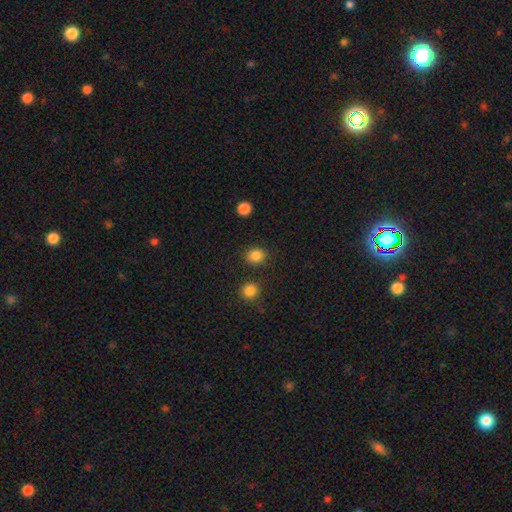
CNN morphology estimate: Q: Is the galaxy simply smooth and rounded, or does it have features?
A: smooth — 85%.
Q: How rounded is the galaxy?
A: round — 66%.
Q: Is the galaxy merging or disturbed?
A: none — 85%.